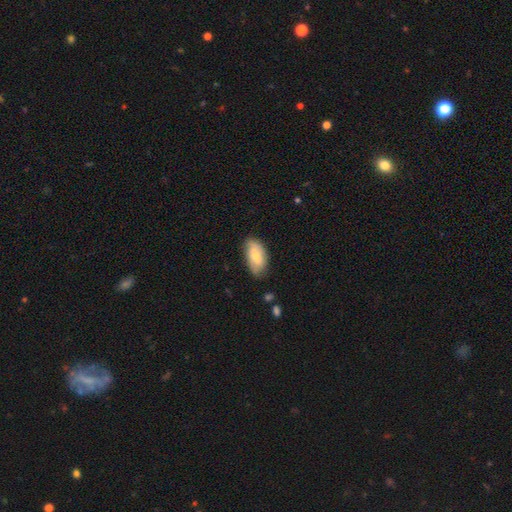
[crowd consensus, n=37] smooth 73%, featured or disk 22%, star or artifact 5%. Down the decision tree: how rounded — in between (81%); merging — none (63%).